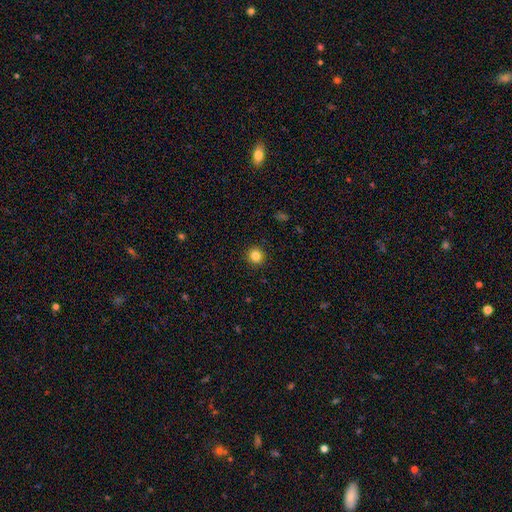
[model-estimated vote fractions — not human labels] Smooth or featured?
  - smooth: 83% *
  - star or artifact: 12%
  - featured or disk: 5%
How rounded?
  - round: 92% *
  - in between: 7%
  - cigar-shaped: 1%
Merging?
  - none: 92% *
  - minor disturbance: 5%
  - major disturbance: 2%
  - merger: 1%